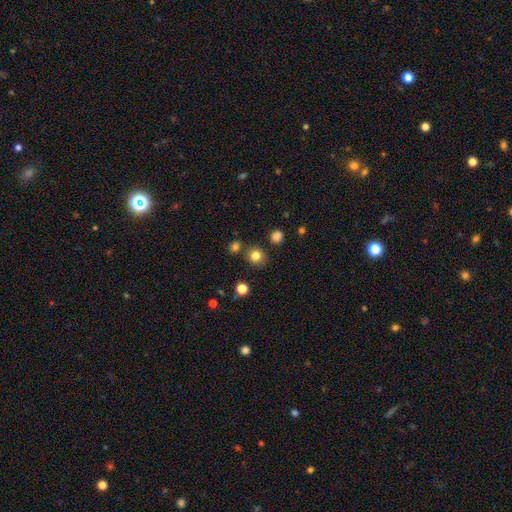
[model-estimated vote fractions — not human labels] This appears to be a smooth galaxy with no disk features (81%) that is round (86%). Merging: none (82%).